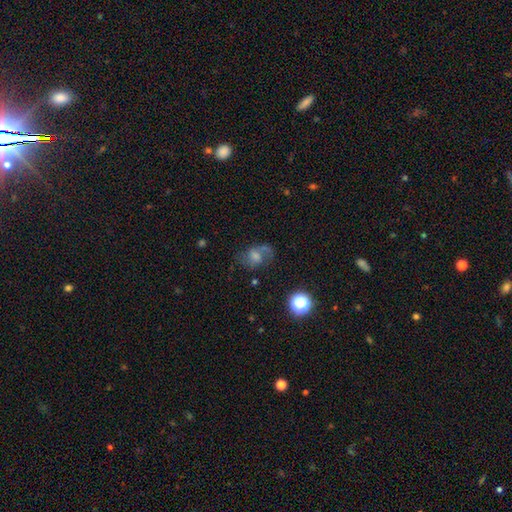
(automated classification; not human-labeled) smooth_or_featured: smooth (p=0.44) [alt: featured or disk p=0.40]
merging: none (p=0.47) [alt: major disturbance p=0.23]